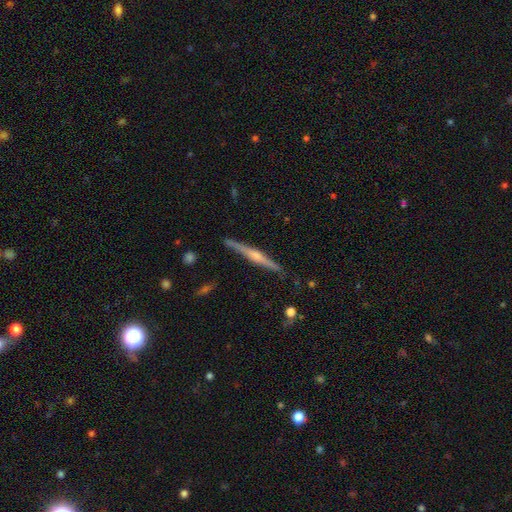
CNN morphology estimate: A featured or disk galaxy (77%) viewed edge-on (98%) with a rounded central bulge (79%).

Vote fractions:
- Smooth or featured? featured or disk: 77% / smooth: 17% / star or artifact: 5%
- Edge-on disk? yes: 98% / no: 2%
- Edge-on bulge? rounded: 79% / none: 11% / boxy: 10%
- Merging? none: 89% / minor disturbance: 8% / major disturbance: 2% / merger: 1%